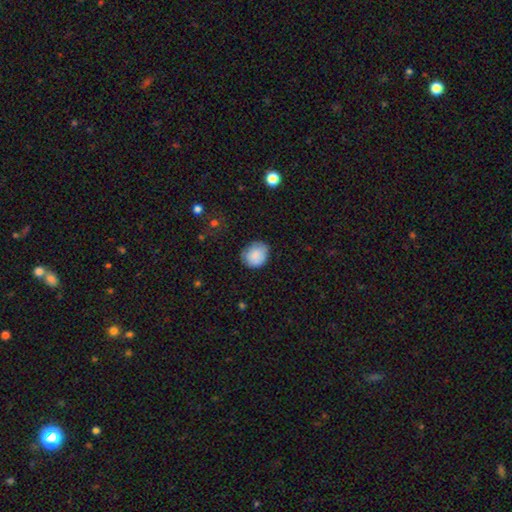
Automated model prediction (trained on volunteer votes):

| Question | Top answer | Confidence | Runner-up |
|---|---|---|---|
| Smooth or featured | smooth | 87% | star or artifact (7%) |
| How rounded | round | 70% | in between (29%) |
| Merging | none | 74% | minor disturbance (21%) |